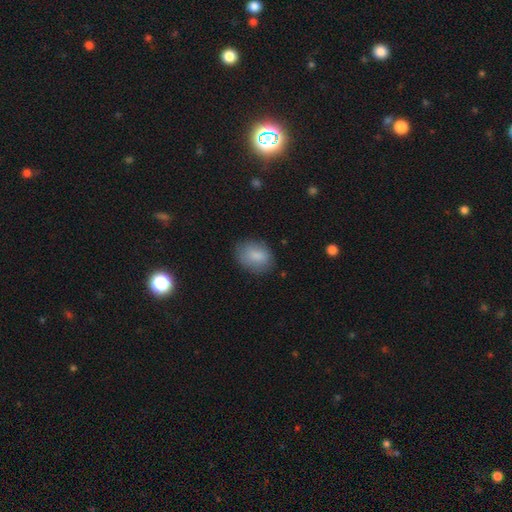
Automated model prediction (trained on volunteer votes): The model was most divided on "how rounded": in between: 73%, round: 25%, cigar-shaped: 1%. More confident: smooth or featured — smooth (85%); merging — none (77%).